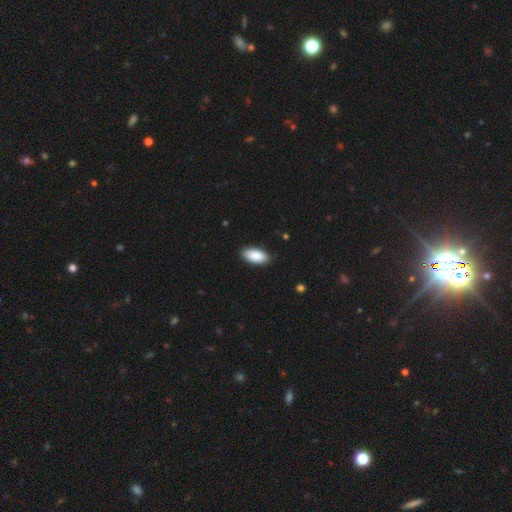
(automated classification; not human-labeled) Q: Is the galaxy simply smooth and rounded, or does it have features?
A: smooth — 90%.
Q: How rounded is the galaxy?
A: in between — 93%.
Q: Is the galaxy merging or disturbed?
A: none — 88%.